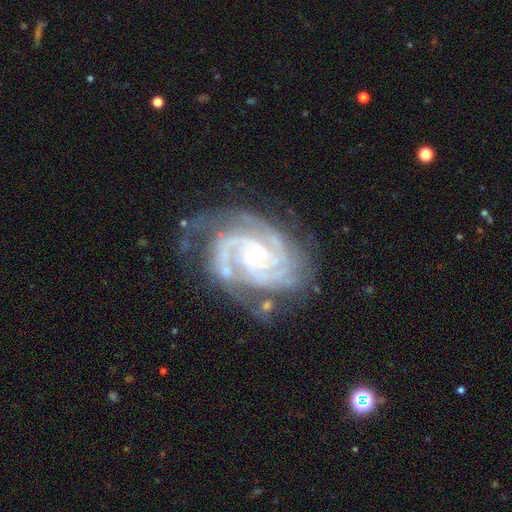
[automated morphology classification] Smooth or featured? Predicted: featured or disk (p=0.92). Edge-on disk? Predicted: no (p=0.98). Bar? Predicted: no (p=0.58). Spiral arms? Predicted: yes (p=0.99). Spiral winding? Predicted: tight (p=0.68). Spiral arm count? Predicted: 3 (p=0.35). Bulge size? Predicted: small (p=0.71). Merging? Predicted: none (p=0.64).